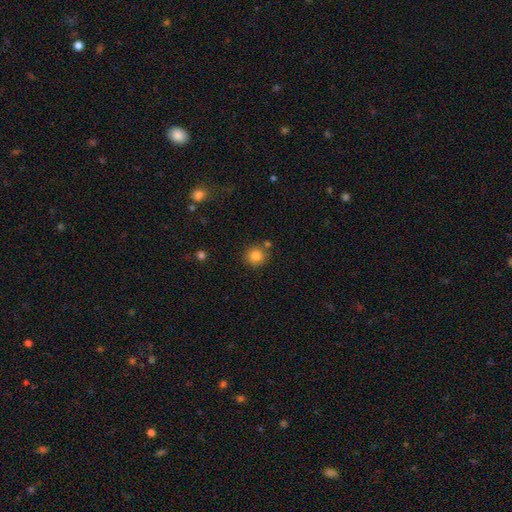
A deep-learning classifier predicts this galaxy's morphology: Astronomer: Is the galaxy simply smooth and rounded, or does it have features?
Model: smooth — 84%.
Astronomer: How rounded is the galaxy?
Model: round — 90%.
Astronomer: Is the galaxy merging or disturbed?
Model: none — 79%.